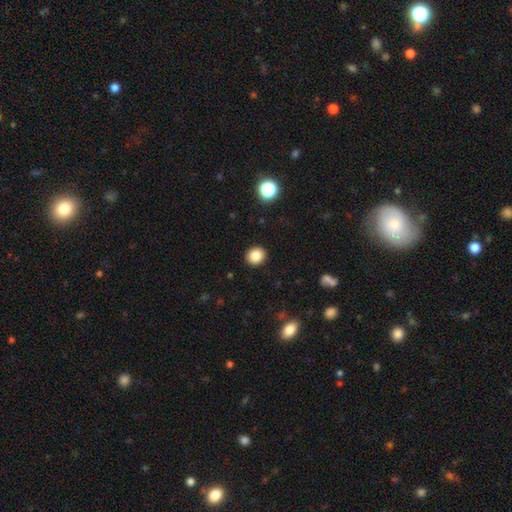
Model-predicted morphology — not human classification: A smooth galaxy with no disk features (86%) that is round (81%). Merging: none (92%).